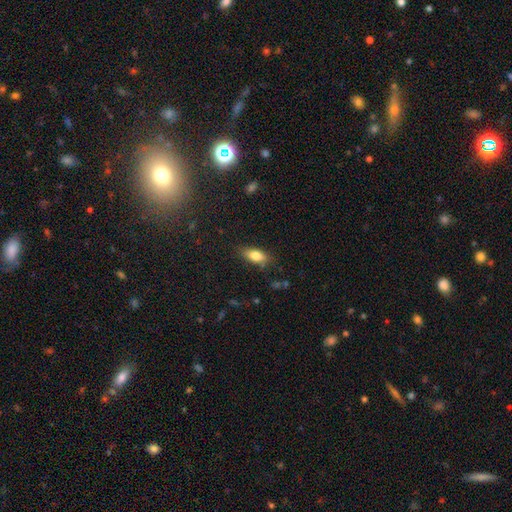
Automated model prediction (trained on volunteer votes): smooth 80%, featured or disk 12%, star or artifact 8%. Down the decision tree: how rounded — in between (80%); merging — none (78%).